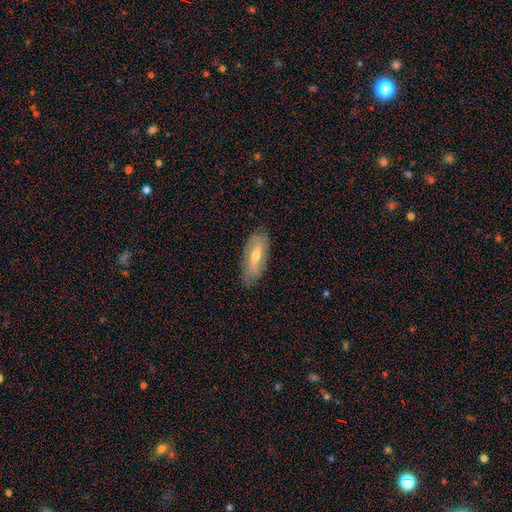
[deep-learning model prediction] Overall: featured or disk (54%; smooth 39%). Edge-on disk: no (72%). Merging: none (80%).